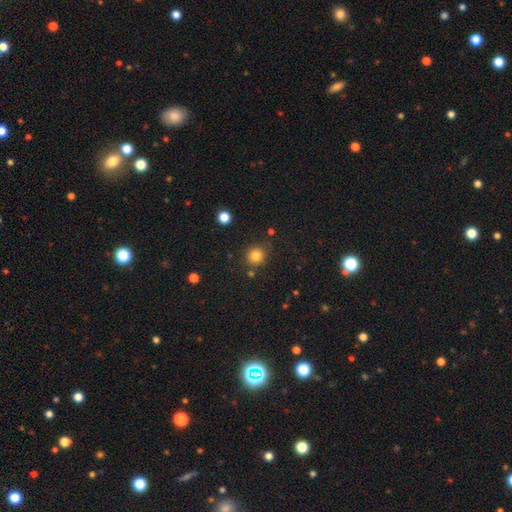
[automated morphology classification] A smooth galaxy with no disk features (82%) that is round (90%).

Vote fractions:
- Smooth or featured? smooth: 82% / star or artifact: 13% / featured or disk: 5%
- How rounded? round: 90% / in between: 9% / cigar-shaped: 1%
- Merging? none: 84% / minor disturbance: 9% / merger: 5% / major disturbance: 3%